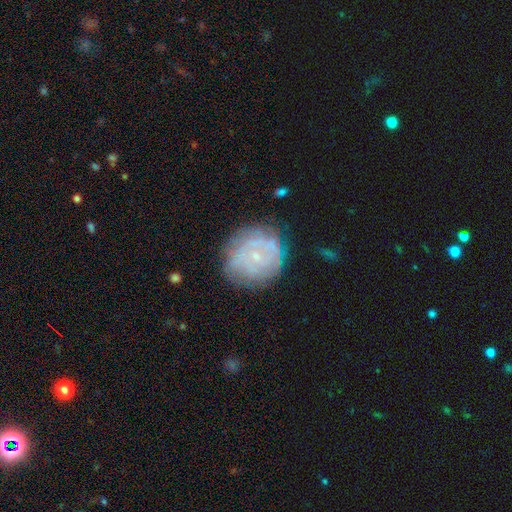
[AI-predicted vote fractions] Smooth or featured? featured or disk (59%)
Edge-on disk? no (97%)
Bar? no (78%)
Spiral arms? yes (60%)
Bulge size? small (80%)
Merging? none (69%)